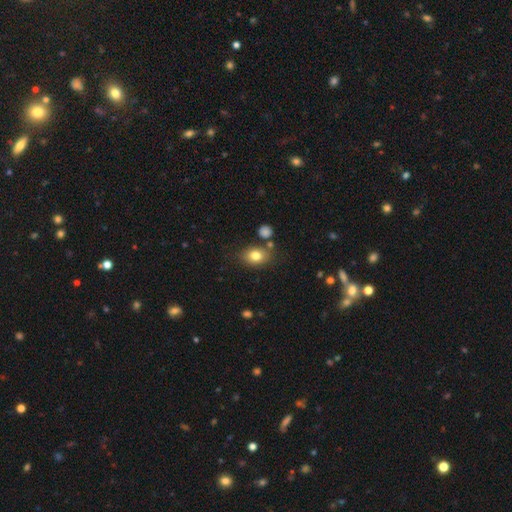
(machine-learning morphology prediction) This is likely a smooth galaxy (80%). How rounded: likely in between (66%). Merging: likely none (75%).